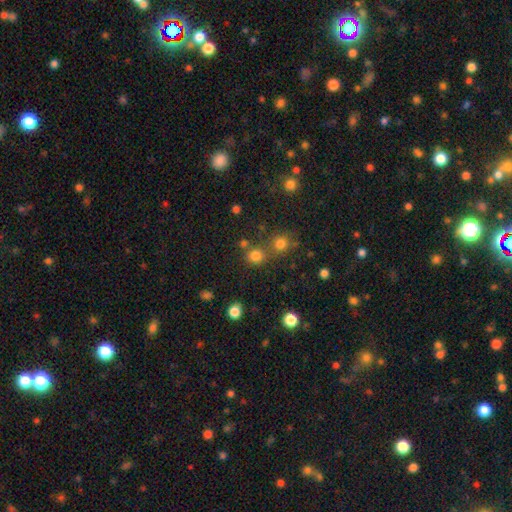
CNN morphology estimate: Q: Smooth or featured?
A: smooth (77%); runner-up: star or artifact (17%)
Q: How rounded?
A: round (87%); runner-up: in between (12%)
Q: Merging?
A: none (65%); runner-up: merger (23%)